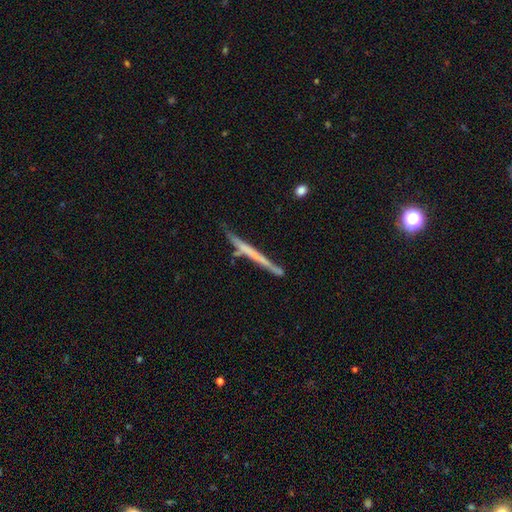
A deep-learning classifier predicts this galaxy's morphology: A featured or disk galaxy (53%) viewed edge-on (97%) with no central bulge (89%). Merging: none (81%).